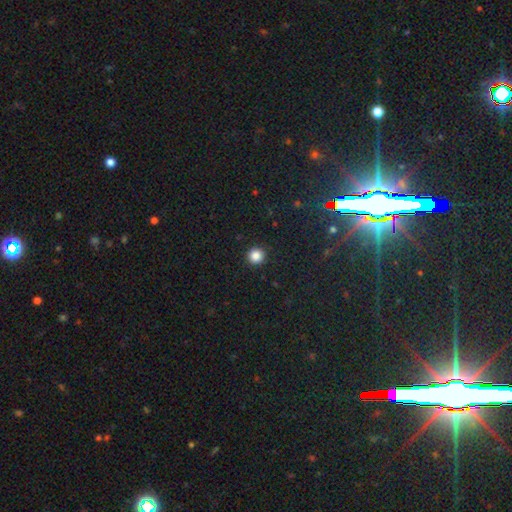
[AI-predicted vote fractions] The model was most divided on "smooth or featured": smooth: 86%, star or artifact: 11%, featured or disk: 3%. More confident: how rounded — round (94%); merging — none (93%).